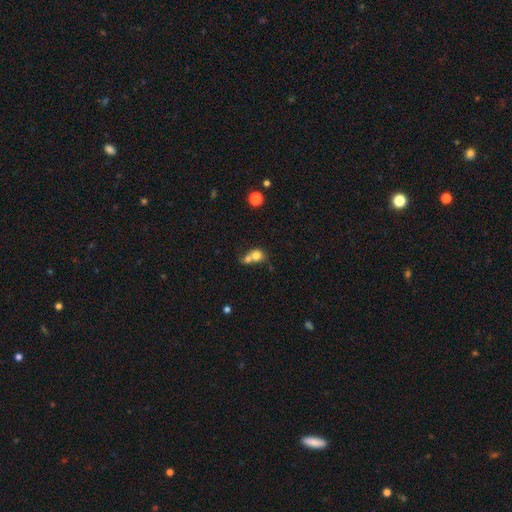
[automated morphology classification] Q: Smooth or featured?
A: smooth (74%); runner-up: featured or disk (15%)
Q: How rounded?
A: round (71%); runner-up: in between (28%)
Q: Merging?
A: merger (65%); runner-up: none (24%)